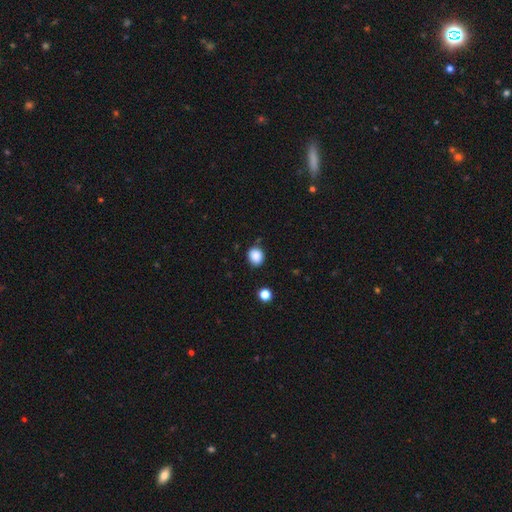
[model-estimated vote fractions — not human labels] The model was most divided on "how rounded": round: 70%, in between: 29%, cigar-shaped: 1%. More confident: smooth or featured — smooth (87%); merging — none (82%).